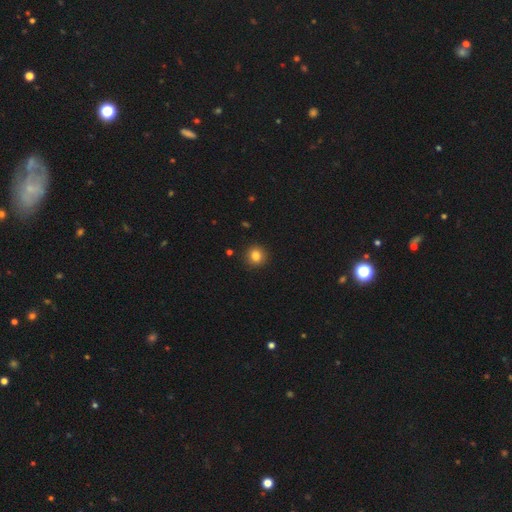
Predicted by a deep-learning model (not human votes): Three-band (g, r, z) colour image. It shows a smooth galaxy with no disk features (84%) that is round (91%). Merging: none (92%).